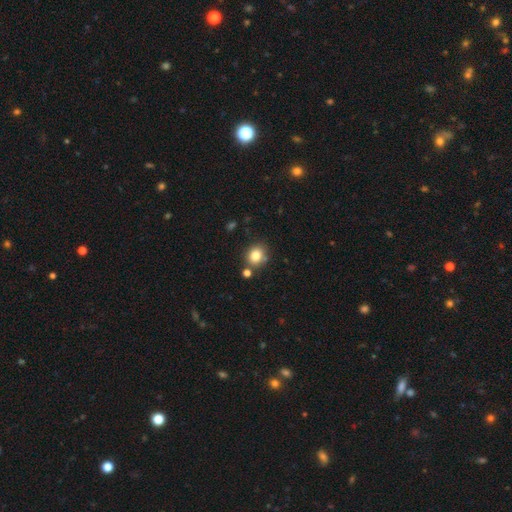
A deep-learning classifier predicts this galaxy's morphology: type=smooth (81%); roundness=round (69%); merging=none (75%).